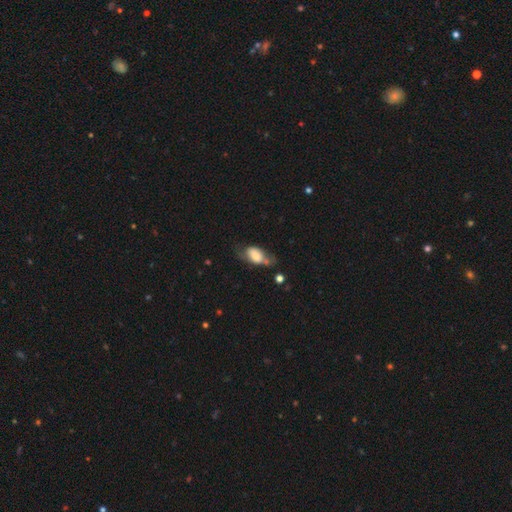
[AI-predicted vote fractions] Smooth or featured? smooth (65%)
How rounded? in between (88%)
Merging? none (37%)